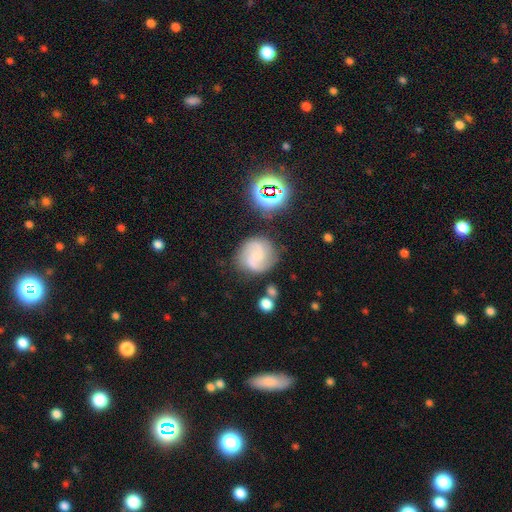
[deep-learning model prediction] This appears to be a featured or disk galaxy (66%) with no bar (52%), 2 (79%) medium (49%) spiral arms (93%) and a small central bulge (60%). Merging: none (72%).